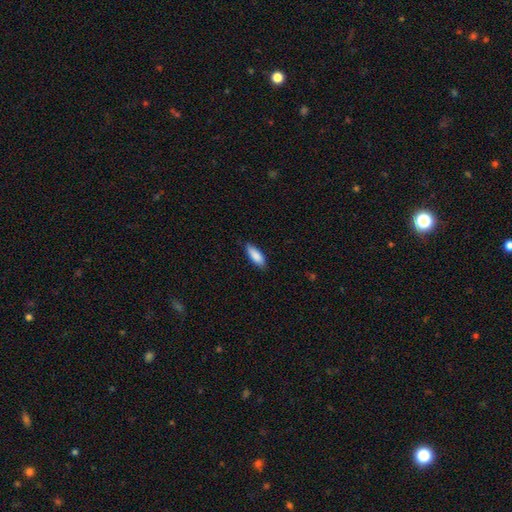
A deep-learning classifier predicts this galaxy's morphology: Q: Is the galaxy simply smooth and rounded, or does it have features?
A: smooth — 87%.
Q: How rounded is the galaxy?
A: in between — 66%.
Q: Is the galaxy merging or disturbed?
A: none — 81%.